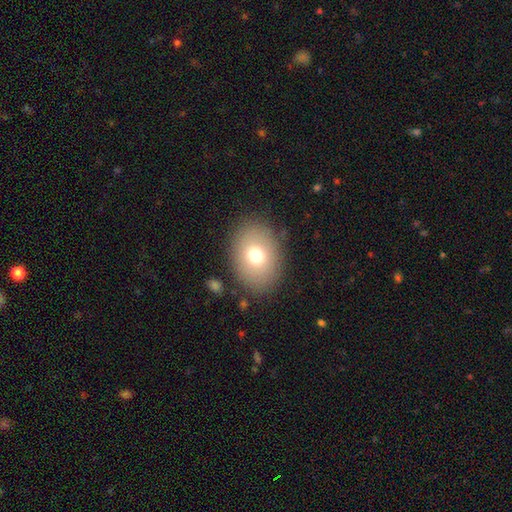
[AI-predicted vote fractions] Smooth or featured: smooth — 73% (featured or disk — 17%)
How rounded: in between — 69% (round — 30%)
Merging: none — 85% (minor disturbance — 9%)